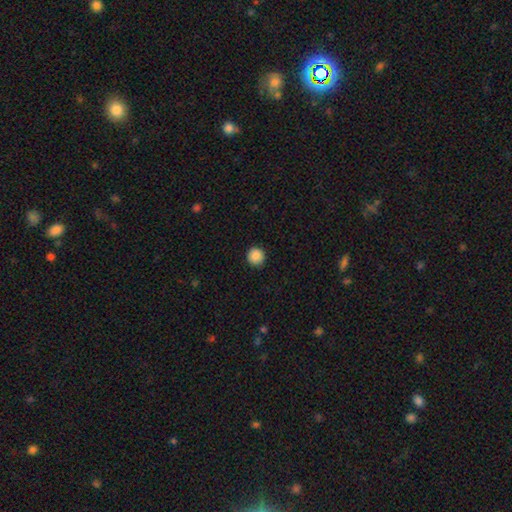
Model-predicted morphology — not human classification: smooth_or_featured: smooth (p=0.89) [alt: star or artifact p=0.09]
how_rounded: round (p=0.95) [alt: in between p=0.04]
merging: none (p=0.92) [alt: minor disturbance p=0.06]